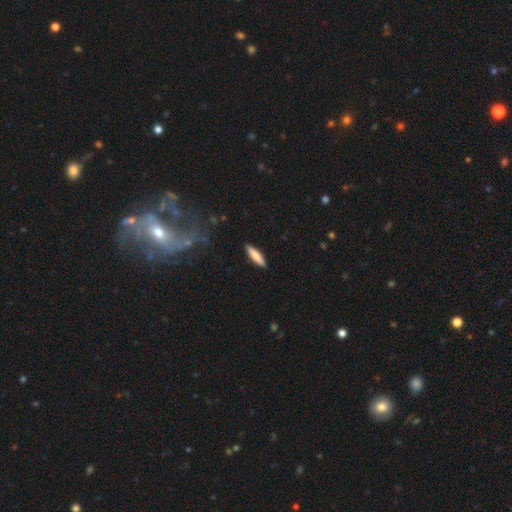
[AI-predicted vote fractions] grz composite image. It shows a smooth galaxy with no disk features (79%) that is cigar-shaped (77%). Merging: none (89%).